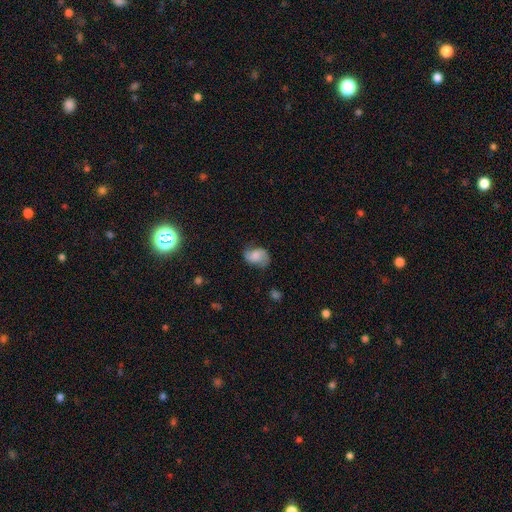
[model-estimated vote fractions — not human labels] Overall: smooth (52%; featured or disk 39%). How rounded: in between (76%). Merging: none (61%; minor disturbance 27%).